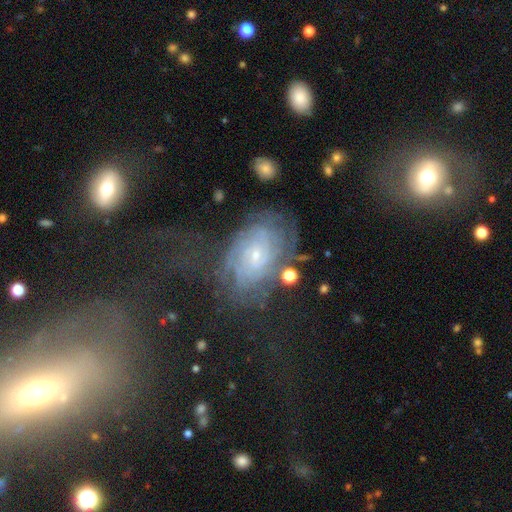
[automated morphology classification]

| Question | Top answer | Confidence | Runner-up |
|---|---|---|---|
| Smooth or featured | featured or disk | 72% | smooth (16%) |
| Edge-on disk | no | 96% | yes (4%) |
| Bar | no | 74% | weak (21%) |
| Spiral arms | yes | 87% | no (13%) |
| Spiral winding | tight | 69% | medium (22%) |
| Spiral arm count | can't tell | 54% | 2 (12%) |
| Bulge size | small | 82% | moderate (14%) |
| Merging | none | 60% | minor disturbance (18%) |